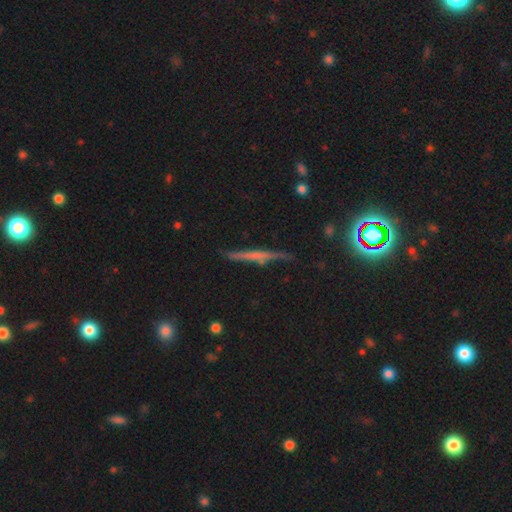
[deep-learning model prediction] Morphology: type=featured or disk (54%); edge-on=yes (95%); edge-on bulge=none (68%); merging=none (79%).